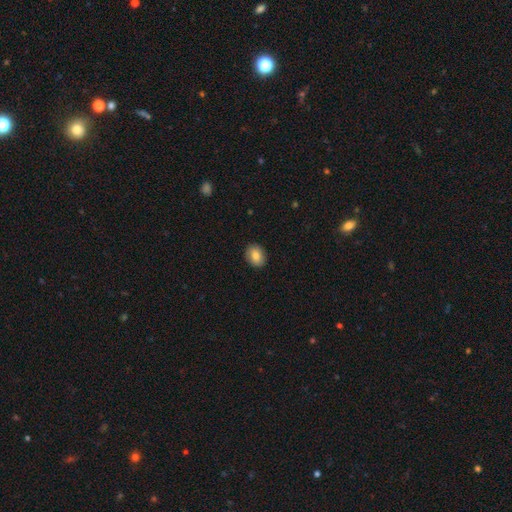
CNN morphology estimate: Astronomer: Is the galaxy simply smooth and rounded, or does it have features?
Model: smooth — 80%.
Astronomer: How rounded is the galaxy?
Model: in between — 53% (runner-up: round, 46%).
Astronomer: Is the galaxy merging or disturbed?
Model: none — 89%.